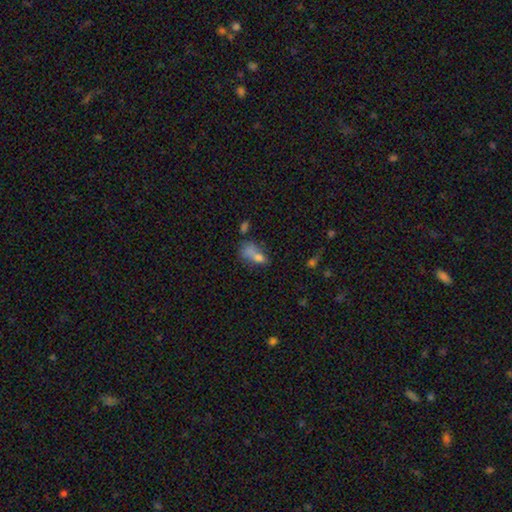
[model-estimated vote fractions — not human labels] Smooth or featured: smooth — 70% (featured or disk — 17%)
How rounded: in between — 75% (round — 15%)
Merging: merger — 39% (none — 26%)